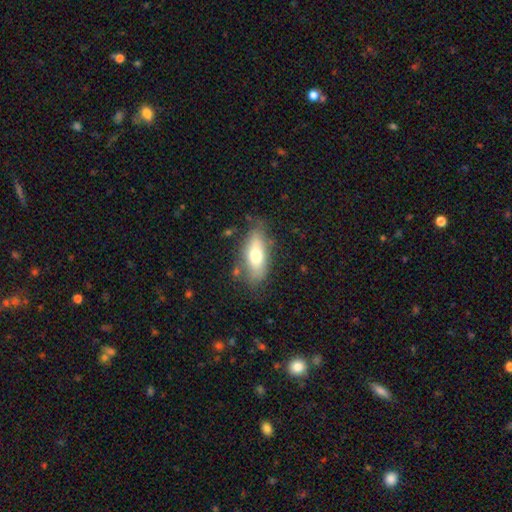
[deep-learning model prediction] The model was most divided on "smooth or featured": smooth: 68%, featured or disk: 25%, star or artifact: 7%. More confident: how rounded — in between (77%); merging — none (73%).